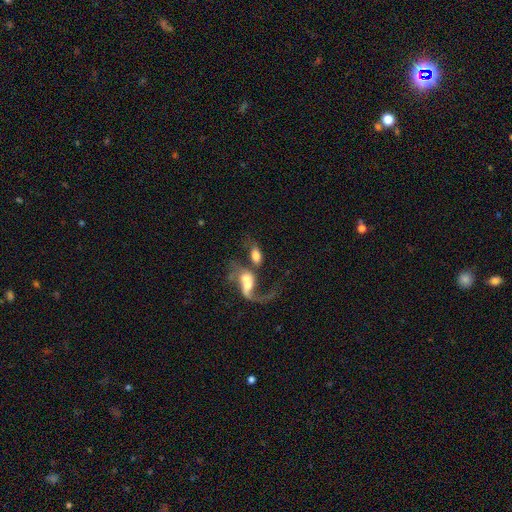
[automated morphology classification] smooth-or-featured: smooth: 49% | featured or disk: 42% | star or artifact: 9%
  merging: merger: 64% | none: 15% | major disturbance: 14% | minor disturbance: 6%